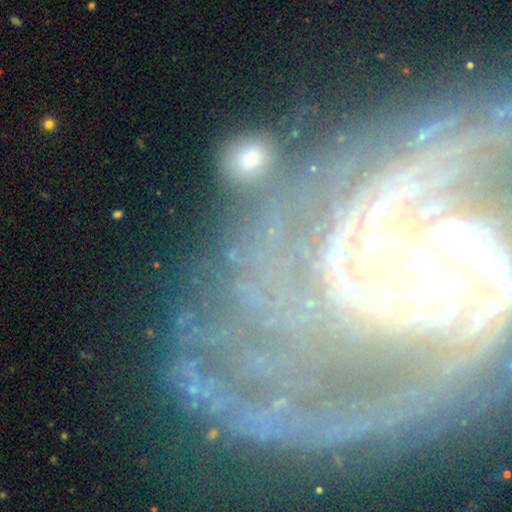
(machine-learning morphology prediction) smooth-or-featured: featured or disk: 67% | smooth: 19% | star or artifact: 14%
  disk-edge-on: no: 93% | yes: 7%
    bar: no: 46% | weak: 30% | strong: 24%
    has-spiral-arms: yes: 88% | no: 12%
      spiral-winding: tight: 69% | medium: 23% | loose: 8%
      spiral-arm-count: can't tell: 30% | 2: 17% | 3: 16% | more than 4: 13% | 4: 13% | 1: 11%
    bulge-size: moderate: 45% | small: 37% | large: 11% | none: 4% | dominant: 3%
  merging: none: 69% | minor disturbance: 15% | major disturbance: 10% | merger: 6%